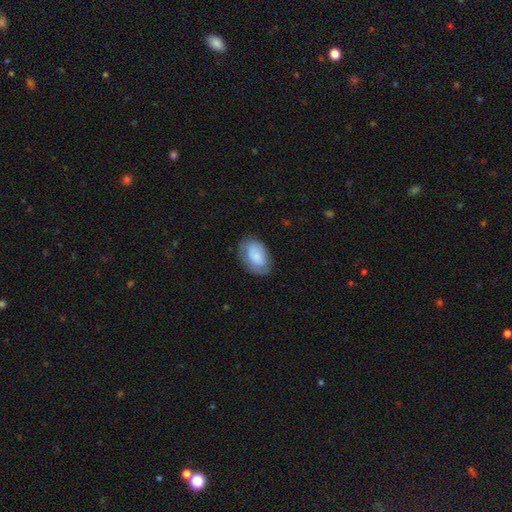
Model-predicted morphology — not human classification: Smooth or featured?
  - smooth: 73% *
  - featured or disk: 20%
  - star or artifact: 7%
How rounded?
  - in between: 88% *
  - round: 11%
  - cigar-shaped: 1%
Merging?
  - none: 67% *
  - minor disturbance: 24%
  - major disturbance: 8%
  - merger: 1%